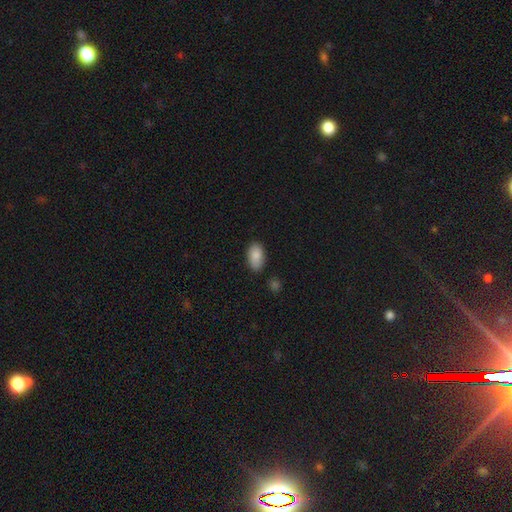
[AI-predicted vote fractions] A smooth galaxy with no disk features (86%) that is in between round and cigar-shaped (93%). Merging: none (81%).